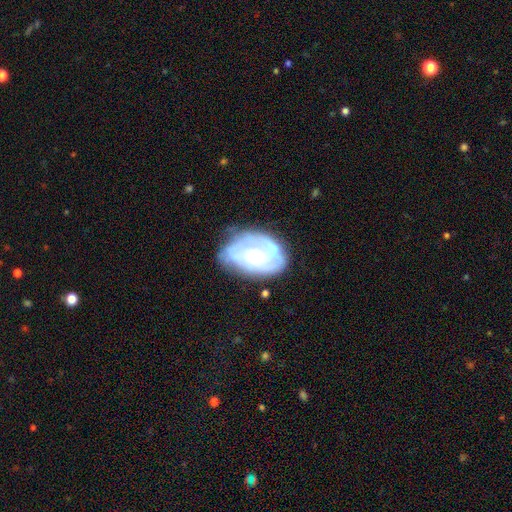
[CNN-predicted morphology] Smooth or featured?
  - featured or disk: 75% *
  - smooth: 19%
  - star or artifact: 6%
Edge-on disk?
  - no: 97% *
  - yes: 3%
Bar?
  - no: 70% *
  - weak: 24%
  - strong: 6%
Spiral arms?
  - yes: 80% *
  - no: 20%
Spiral winding?
  - tight: 52% *
  - medium: 35%
  - loose: 13%
Spiral arm count?
  - can't tell: 37% *
  - 2: 31%
  - 3: 18%
  - 1: 6%
  - 4: 5%
  - more than 4: 3%
Bulge size?
  - small: 48% *
  - moderate: 42%
  - large: 5%
  - none: 4%
  - dominant: 1%
Merging?
  - none: 56% *
  - minor disturbance: 26%
  - major disturbance: 13%
  - merger: 5%